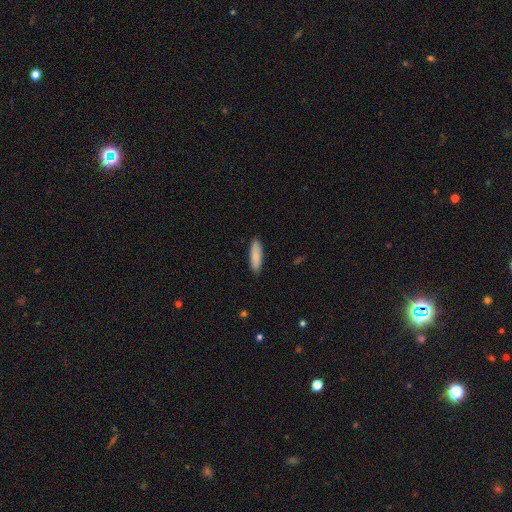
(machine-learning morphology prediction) Smooth or featured? smooth (87%)
How rounded? cigar-shaped (62%)
Merging? none (89%)